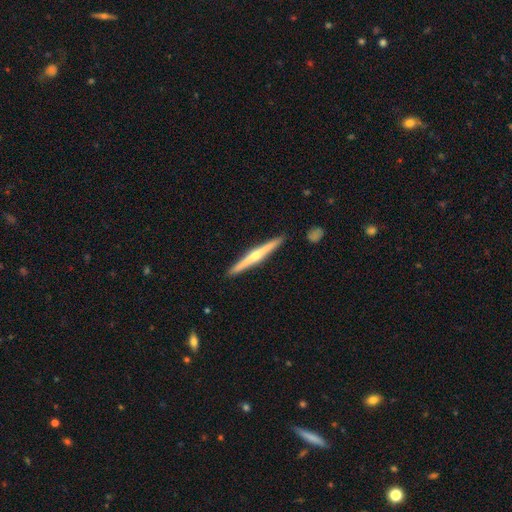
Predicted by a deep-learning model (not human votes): A featured or disk galaxy (70%) viewed edge-on (98%) with a rounded central bulge (82%).

Vote fractions:
- Smooth or featured? featured or disk: 70% / smooth: 26% / star or artifact: 5%
- Edge-on disk? yes: 98% / no: 2%
- Edge-on bulge? rounded: 82% / none: 14% / boxy: 3%
- Merging? none: 92% / minor disturbance: 6% / merger: 1% / major disturbance: 1%